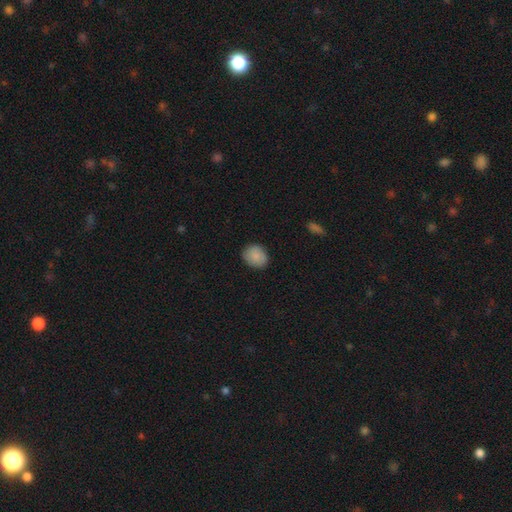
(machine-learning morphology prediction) smooth-or-featured: smooth: 86% | star or artifact: 7% | featured or disk: 7%
  how-rounded: round: 64% | in between: 35% | cigar-shaped: 1%
  merging: none: 86% | minor disturbance: 11% | major disturbance: 2% | merger: 1%